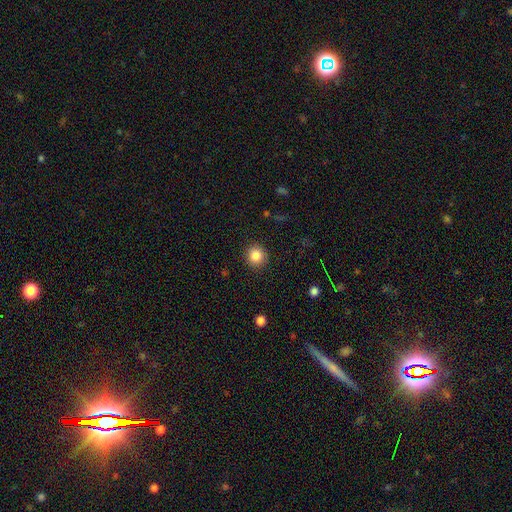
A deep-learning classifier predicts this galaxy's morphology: smooth-or-featured: smooth: 85% | star or artifact: 10% | featured or disk: 5%
  how-rounded: round: 90% | in between: 9% | cigar-shaped: 1%
  merging: none: 91% | minor disturbance: 6% | major disturbance: 2% | merger: 1%